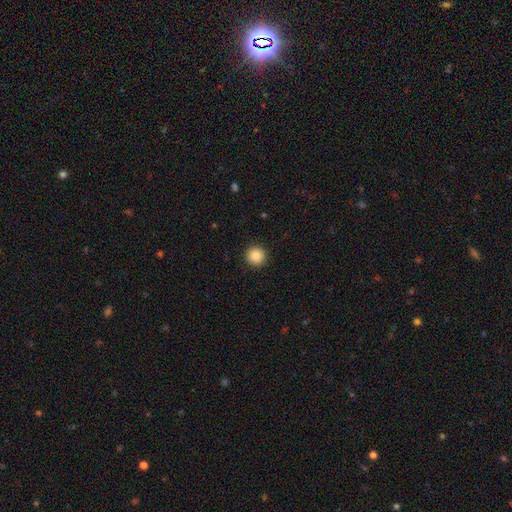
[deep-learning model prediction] Smooth or featured?
  - smooth: 88% *
  - star or artifact: 9%
  - featured or disk: 3%
How rounded?
  - round: 95% *
  - in between: 4%
  - cigar-shaped: 1%
Merging?
  - none: 93% *
  - minor disturbance: 5%
  - major disturbance: 2%
  - merger: 1%